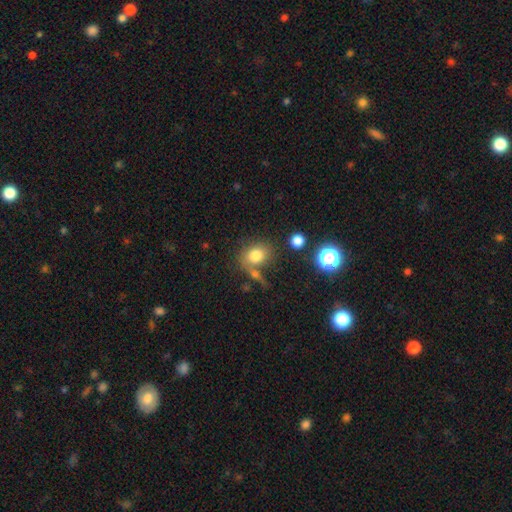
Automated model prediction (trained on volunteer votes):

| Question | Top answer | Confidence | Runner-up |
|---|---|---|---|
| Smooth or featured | smooth | 79% | star or artifact (12%) |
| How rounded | round | 52% | in between (47%) |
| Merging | none | 59% | merger (18%) |